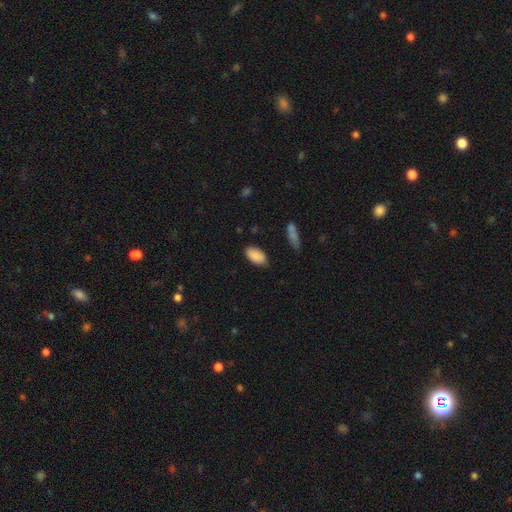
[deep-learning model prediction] Q: Smooth or featured?
A: smooth (89%); runner-up: star or artifact (7%)
Q: How rounded?
A: in between (94%); runner-up: round (3%)
Q: Merging?
A: none (83%); runner-up: minor disturbance (12%)